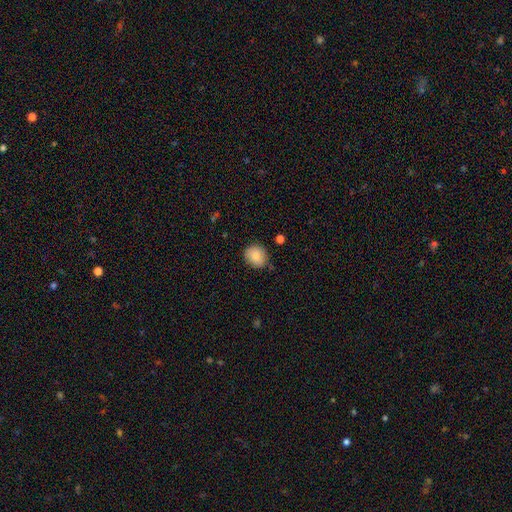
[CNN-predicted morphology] This is clearly a smooth galaxy (87%). How rounded: likely round (77%). Merging: clearly none (81%).